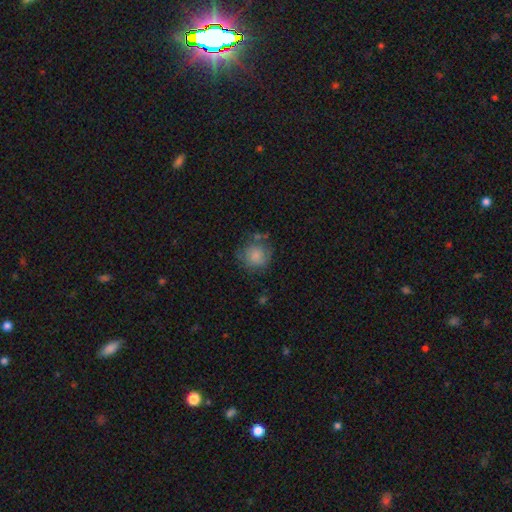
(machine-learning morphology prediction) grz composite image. It shows a smooth galaxy with no disk features (78%) that is round (87%). Merging: none (63%).